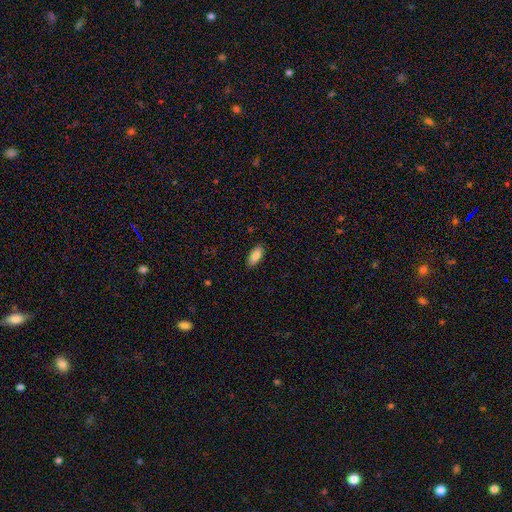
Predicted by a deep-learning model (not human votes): Smooth or featured?
  - smooth: 83% *
  - featured or disk: 10%
  - star or artifact: 6%
How rounded?
  - in between: 88% *
  - cigar-shaped: 10%
  - round: 2%
Merging?
  - none: 87% *
  - minor disturbance: 10%
  - major disturbance: 2%
  - merger: 1%